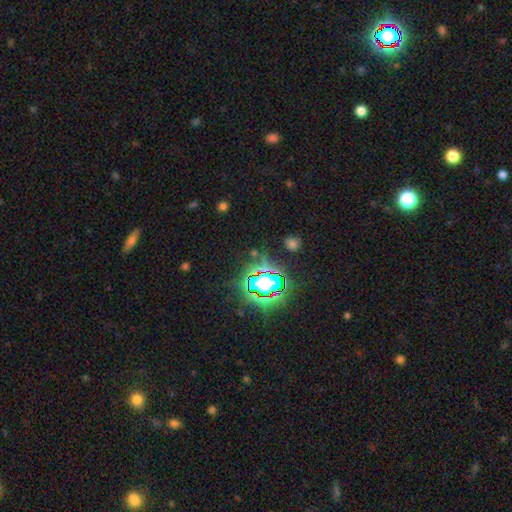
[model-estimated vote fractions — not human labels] The model was most divided on "smooth or featured": star or artifact: 76%, smooth: 16%, featured or disk: 8%.